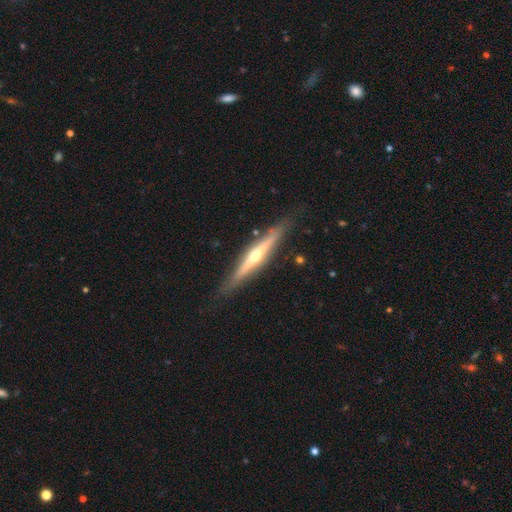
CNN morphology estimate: featured or disk 75%, smooth 19%, star or artifact 5%. Down the decision tree: edge-on disk — yes (96%); edge-on bulge — rounded (85%); merging — none (86%).